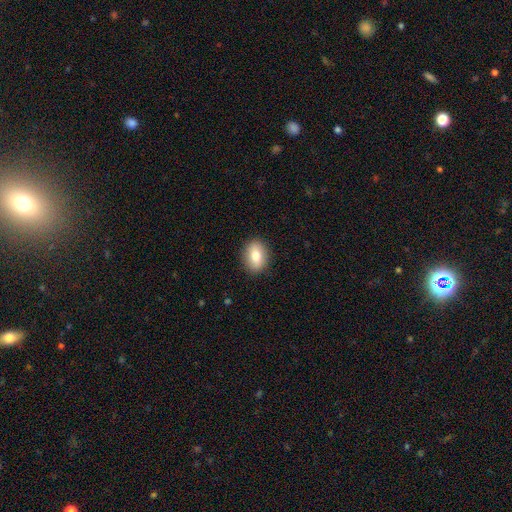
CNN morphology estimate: type=smooth (78%); roundness=in between (75%); merging=none (89%).